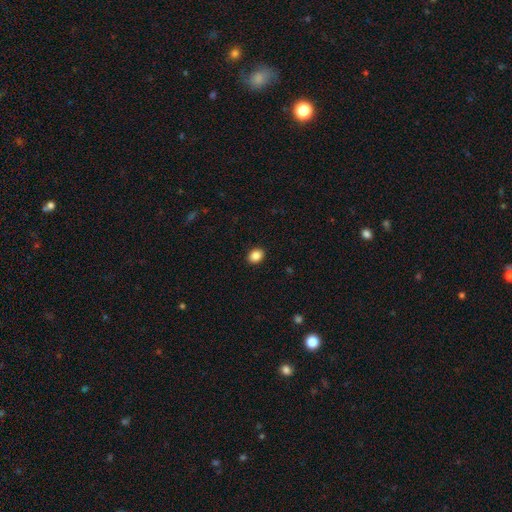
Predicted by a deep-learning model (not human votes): Q: Smooth or featured?
A: smooth (87%); runner-up: star or artifact (9%)
Q: How rounded?
A: in between (51%); runner-up: round (49%)
Q: Merging?
A: none (91%); runner-up: minor disturbance (6%)